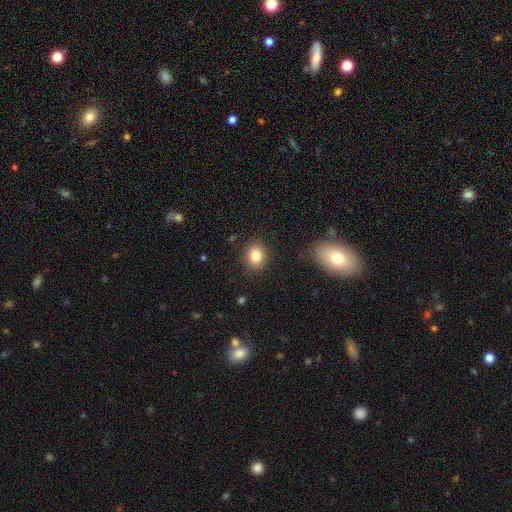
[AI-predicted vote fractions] smooth 82%, star or artifact 10%, featured or disk 8%. Down the decision tree: how rounded — round (61%); merging — none (87%).